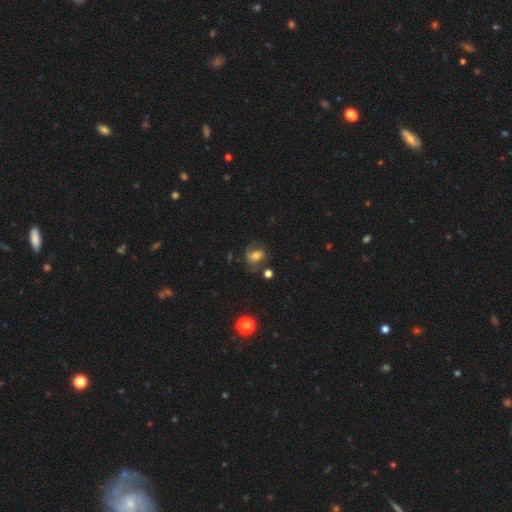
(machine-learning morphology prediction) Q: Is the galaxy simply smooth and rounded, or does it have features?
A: featured or disk — 56%.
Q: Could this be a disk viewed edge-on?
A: no — 97%.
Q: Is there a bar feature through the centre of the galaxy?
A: no — 46%.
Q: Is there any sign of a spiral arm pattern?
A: yes — 83%.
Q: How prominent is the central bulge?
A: moderate — 53%.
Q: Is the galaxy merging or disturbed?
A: none — 57%.